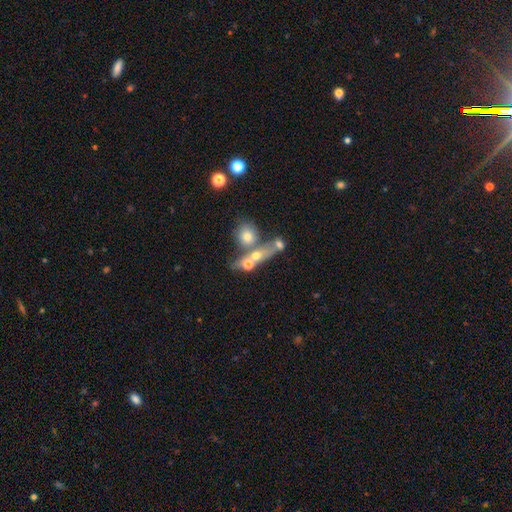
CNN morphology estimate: A smooth galaxy with no disk features (53%) that is round (42%). Merging: merger (53%).